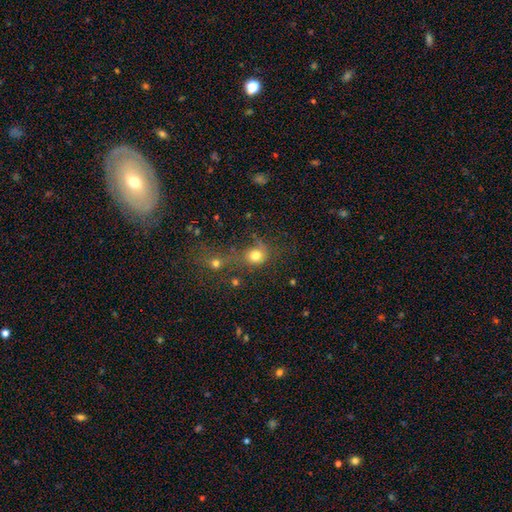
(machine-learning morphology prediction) smooth 76%, star or artifact 15%, featured or disk 9%. Down the decision tree: how rounded — round (78%); merging — none (49%).